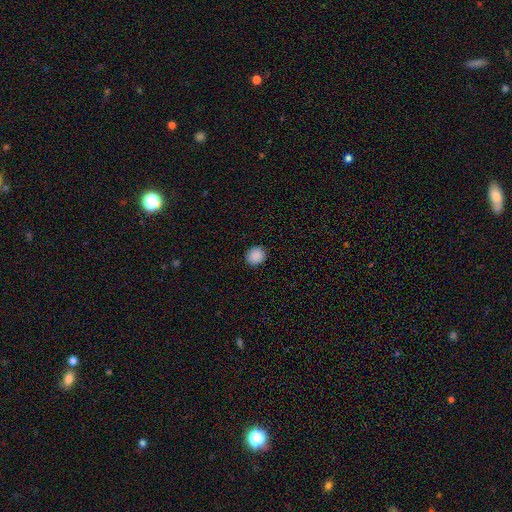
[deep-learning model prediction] smooth-or-featured: smooth: 89% | star or artifact: 9% | featured or disk: 3%
  how-rounded: round: 78% | in between: 22% | cigar-shaped: 1%
  merging: none: 90% | minor disturbance: 7% | major disturbance: 2% | merger: 1%